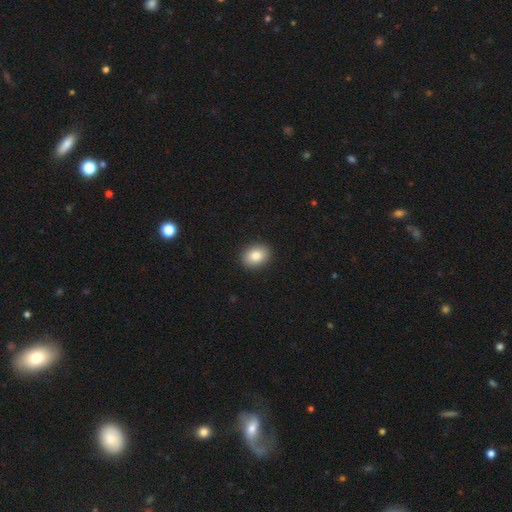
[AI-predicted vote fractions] This appears to be a smooth galaxy with no disk features (85%) that is in between round and cigar-shaped (65%). Merging: none (91%).